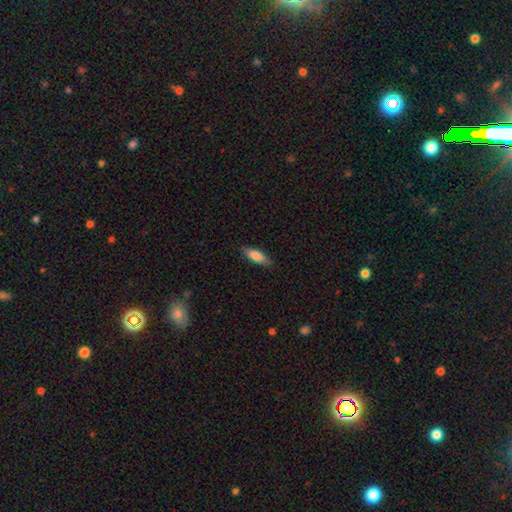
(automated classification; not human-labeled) Morphology: type=smooth (75%); roundness=in between (52%); merging=none (85%).